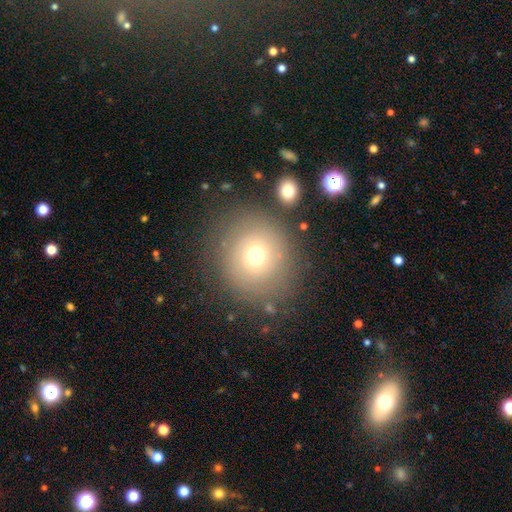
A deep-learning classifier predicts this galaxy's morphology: type=smooth (68%); roundness=round (86%); merging=none (78%).